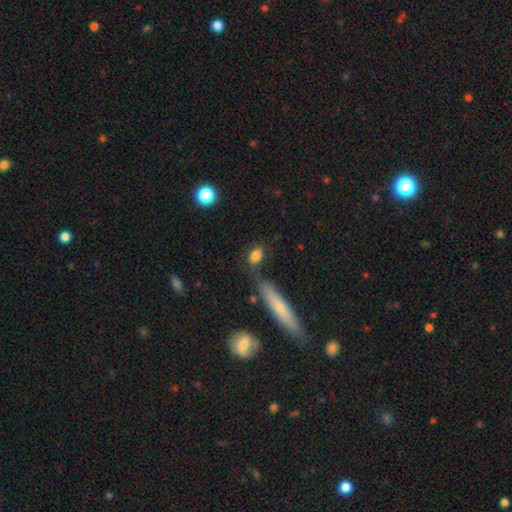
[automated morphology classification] A smooth galaxy with no disk features (81%) that is in between round and cigar-shaped (73%).

Vote fractions:
- Smooth or featured? smooth: 81% / featured or disk: 9% / star or artifact: 9%
- How rounded? in between: 73% / round: 18% / cigar-shaped: 9%
- Merging? none: 66% / minor disturbance: 16% / merger: 12% / major disturbance: 6%